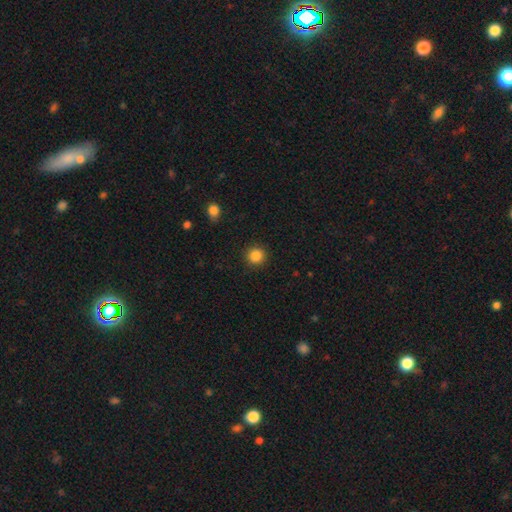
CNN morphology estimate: Overall: smooth (85%). How rounded: round (94%). Merging: none (91%).